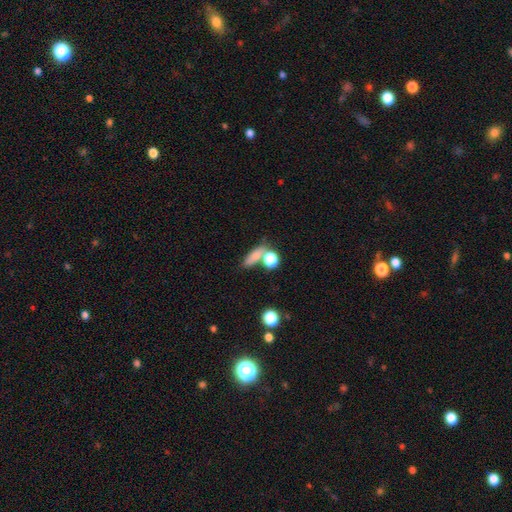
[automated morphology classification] Overall: smooth (74%). How rounded: in between (52%; cigar-shaped 25%). Merging: none (49%; merger 31%).